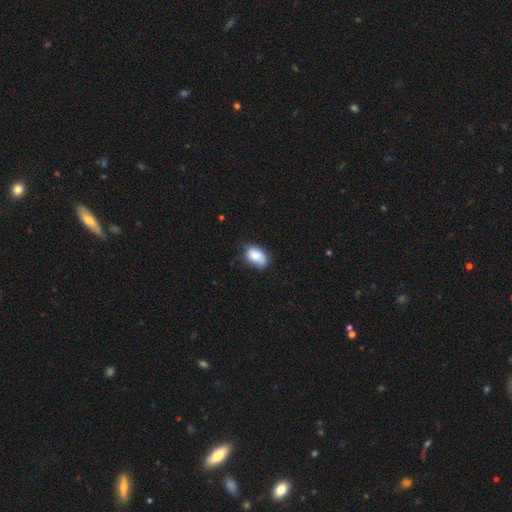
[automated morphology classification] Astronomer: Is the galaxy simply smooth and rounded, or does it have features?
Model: smooth — 84%.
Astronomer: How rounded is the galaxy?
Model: in between — 88%.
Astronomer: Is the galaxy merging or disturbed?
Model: none — 67%.